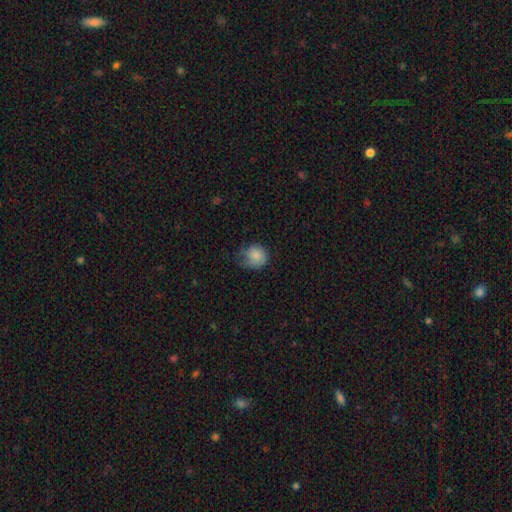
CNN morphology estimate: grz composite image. It shows a smooth galaxy with no disk features (81%) that is round (78%). Merging: none (44%).